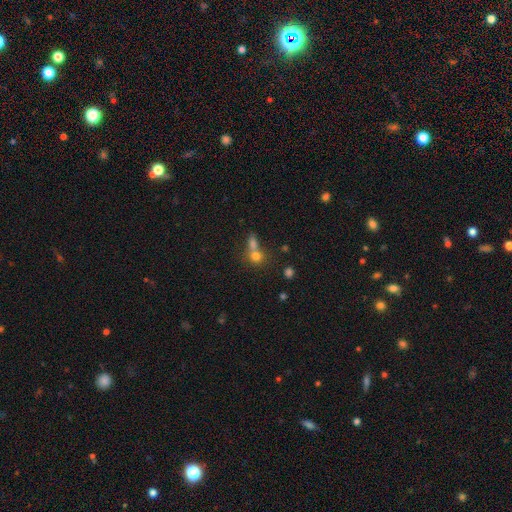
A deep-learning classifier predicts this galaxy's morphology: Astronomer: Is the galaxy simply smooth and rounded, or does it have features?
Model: smooth — 73%.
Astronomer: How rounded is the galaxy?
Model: round — 73%.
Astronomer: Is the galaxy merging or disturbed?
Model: merger — 51% (runner-up: none, 37%).